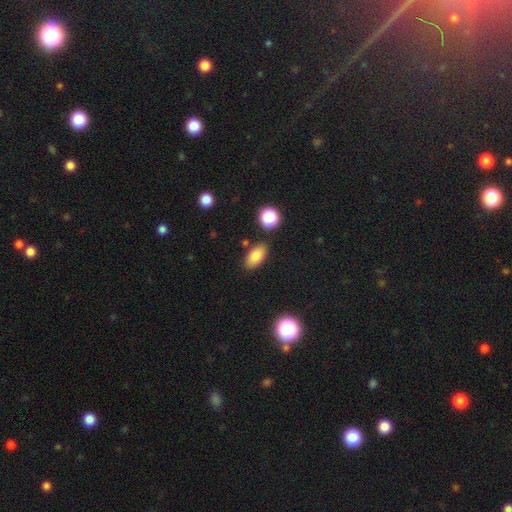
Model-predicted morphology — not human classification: This is clearly a smooth galaxy (81%). How rounded: clearly in between (89%). Merging: clearly none (83%).